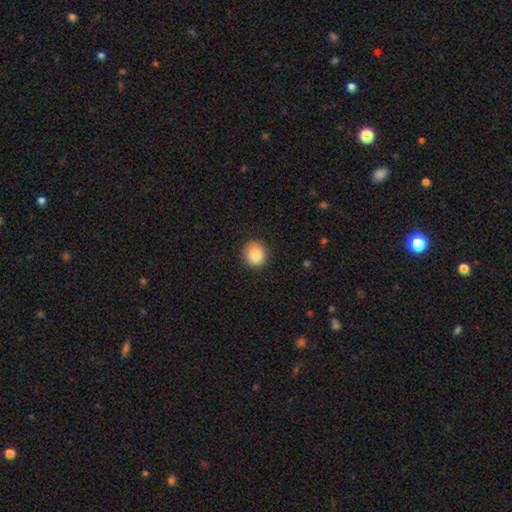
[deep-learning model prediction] Overall: smooth (88%). How rounded: round (87%). Merging: none (88%).